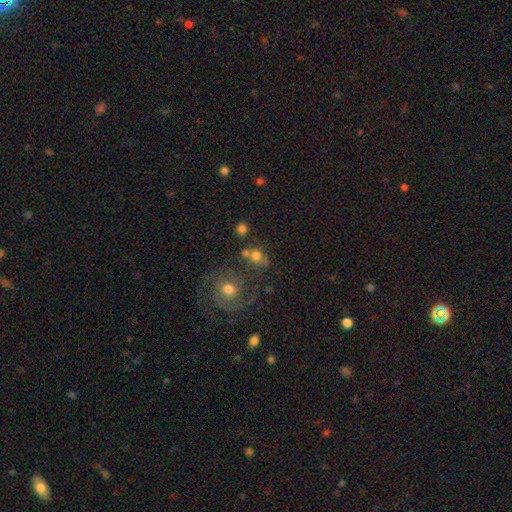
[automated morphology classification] This appears to be a smooth galaxy with no disk features (57%) that is round (77%). Merging: none (53%).